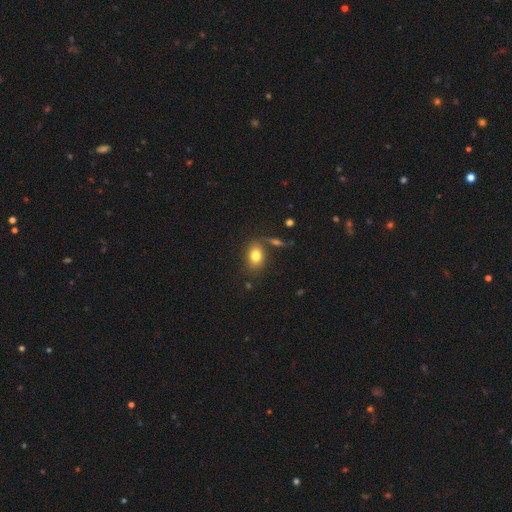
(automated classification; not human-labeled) Smooth or featured? Predicted: smooth (p=0.79). How rounded? Predicted: in between (p=0.75). Merging? Predicted: none (p=0.72).